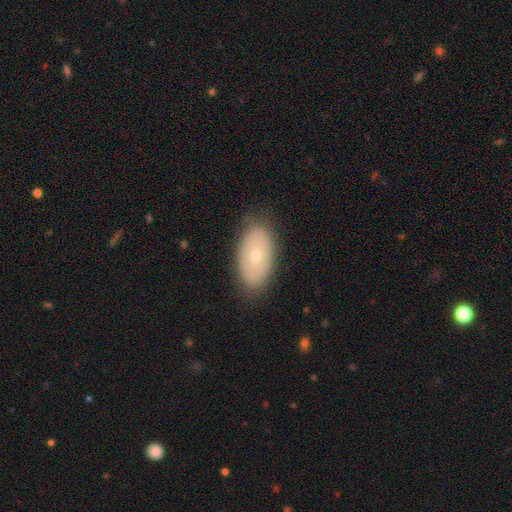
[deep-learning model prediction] This appears to be a smooth galaxy with no disk features (58%) that is in between round and cigar-shaped (93%). Merging: none (82%).